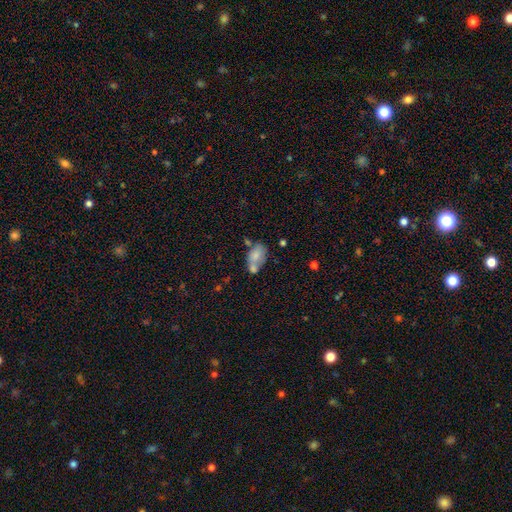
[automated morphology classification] A smooth galaxy with no disk features (70%) that is in between round and cigar-shaped (88%).

Vote fractions:
- Smooth or featured? smooth: 70% / featured or disk: 22% / star or artifact: 8%
- How rounded? in between: 88% / round: 10% / cigar-shaped: 2%
- Merging? merger: 39% / none: 33% / minor disturbance: 19% / major disturbance: 9%